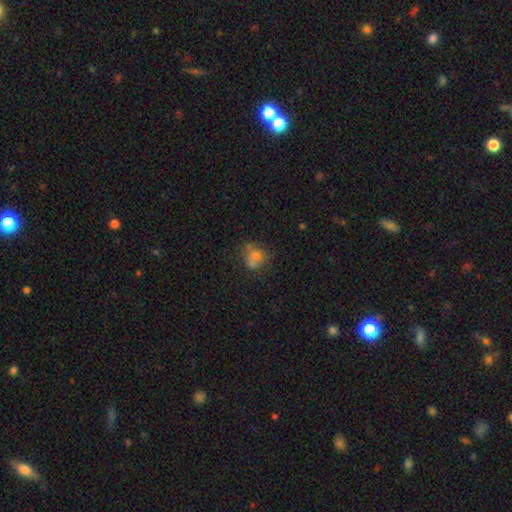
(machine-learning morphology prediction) Smooth or featured? smooth (63%)
How rounded? round (69%)
Merging? none (45%)